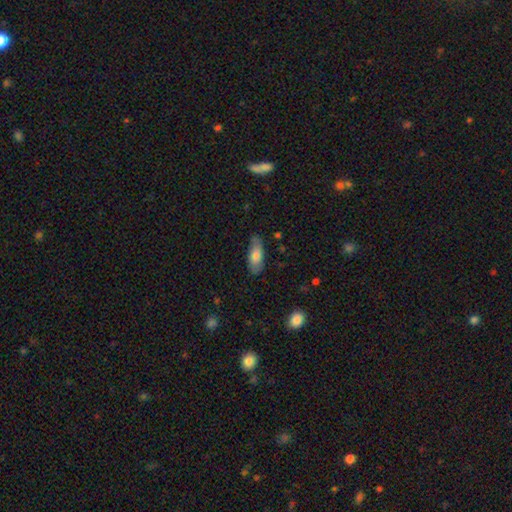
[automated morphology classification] Smooth or featured? Predicted: smooth (p=0.72). How rounded? Predicted: in between (p=0.77). Merging? Predicted: none (p=0.72).